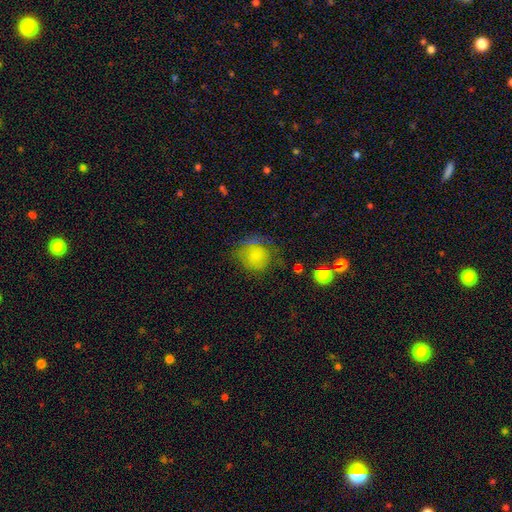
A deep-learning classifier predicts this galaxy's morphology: A smooth galaxy with no disk features (72%) that is round (86%).

Vote fractions:
- Smooth or featured? smooth: 72% / featured or disk: 18% / star or artifact: 10%
- How rounded? round: 86% / in between: 13% / cigar-shaped: 1%
- Merging? none: 58% / minor disturbance: 25% / major disturbance: 15% / merger: 2%